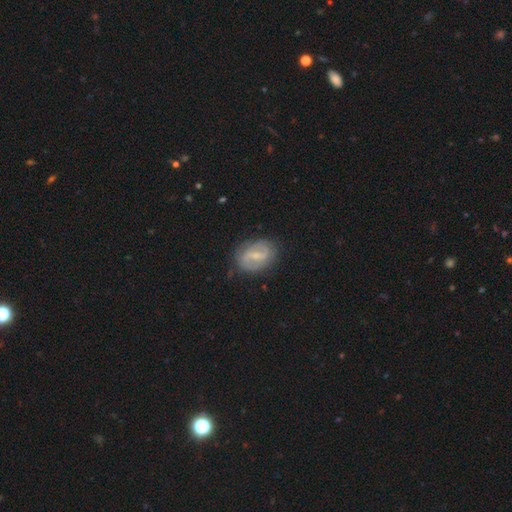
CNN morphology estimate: Q: Smooth or featured?
A: featured or disk (71%); runner-up: smooth (23%)
Q: Edge-on disk?
A: no (97%); runner-up: yes (3%)
Q: Bar?
A: weak (50%); runner-up: strong (35%)
Q: Spiral arms?
A: yes (77%); runner-up: no (23%)
Q: Spiral winding?
A: medium (44%); runner-up: tight (30%)
Q: Spiral arm count?
A: 2 (80%); runner-up: can't tell (13%)
Q: Bulge size?
A: small (58%); runner-up: moderate (30%)
Q: Merging?
A: none (78%); runner-up: minor disturbance (16%)